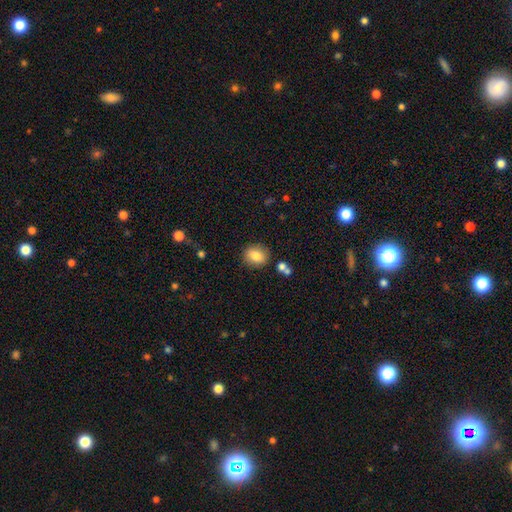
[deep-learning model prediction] Q: Smooth or featured?
A: smooth (82%); runner-up: star or artifact (9%)
Q: How rounded?
A: round (60%); runner-up: in between (39%)
Q: Merging?
A: none (84%); runner-up: minor disturbance (9%)